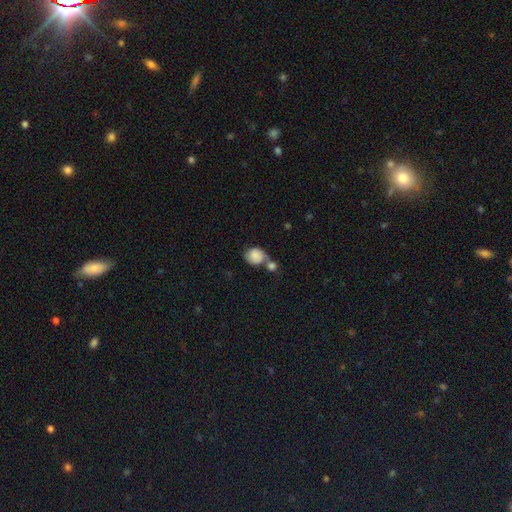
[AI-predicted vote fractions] smooth 82%, featured or disk 11%, star or artifact 7%. Down the decision tree: how rounded — round (73%); merging — merger (46%).